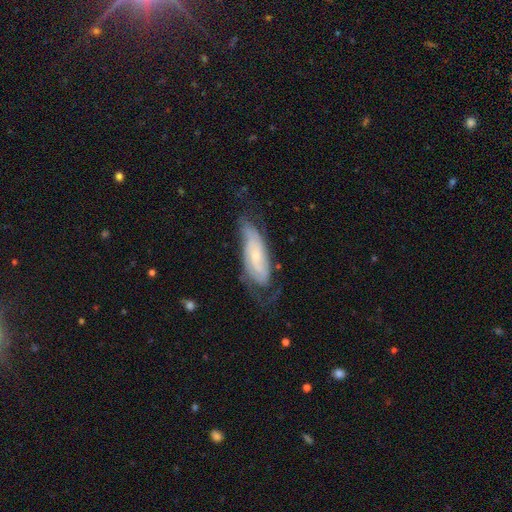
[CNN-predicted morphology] Overall: featured or disk (71%). Edge-on disk: no (85%). Bar: no (61%; weak 30%). Spiral arms: yes (89%). Spiral arm count: 2 (42%; can't tell 41%). Spiral winding: tight (52%; medium 35%). Bulge size: small (67%). Merging: none (53%; minor disturbance 26%).